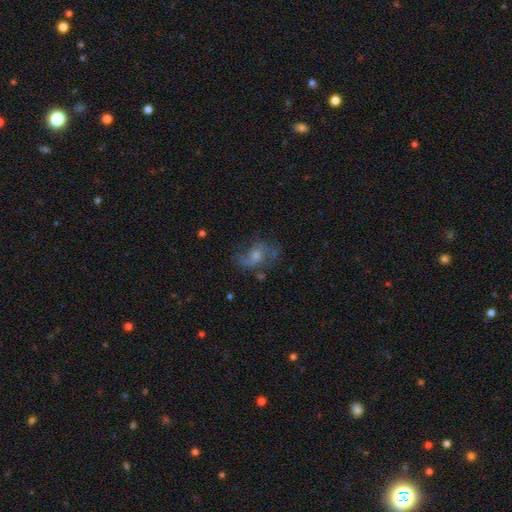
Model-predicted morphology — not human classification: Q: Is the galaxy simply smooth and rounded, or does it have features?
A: featured or disk — 63%.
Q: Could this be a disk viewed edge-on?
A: no — 96%.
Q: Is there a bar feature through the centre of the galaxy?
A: no — 66%.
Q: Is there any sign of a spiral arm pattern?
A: yes — 84%.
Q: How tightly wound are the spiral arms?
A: loose — 52%.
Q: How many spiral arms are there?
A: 2 — 70%.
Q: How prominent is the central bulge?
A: moderate — 50%.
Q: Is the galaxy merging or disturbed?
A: none — 61%.